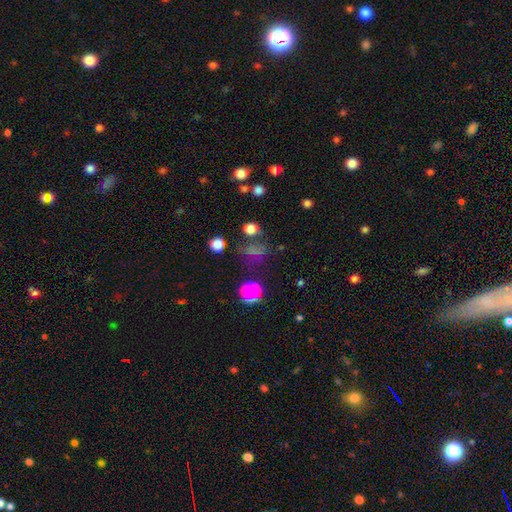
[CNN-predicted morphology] Smooth or featured? Predicted: smooth (p=0.51). How rounded? Predicted: round (p=0.63). Merging? Predicted: none (p=0.63).